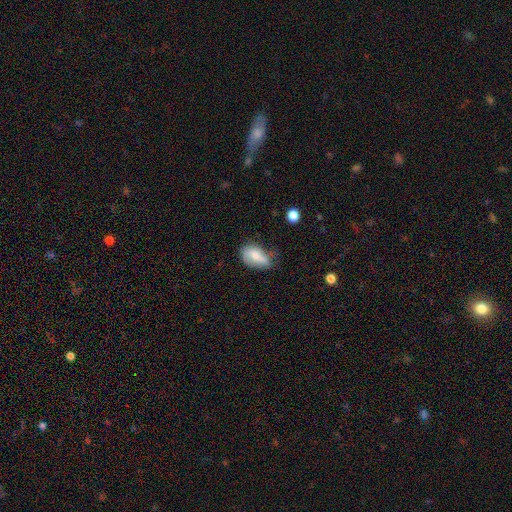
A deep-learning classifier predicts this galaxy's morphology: Smooth or featured?
  - smooth: 68% *
  - featured or disk: 24%
  - star or artifact: 8%
How rounded?
  - in between: 89% *
  - round: 8%
  - cigar-shaped: 3%
Merging?
  - minor disturbance: 41% *
  - none: 38%
  - major disturbance: 17%
  - merger: 5%